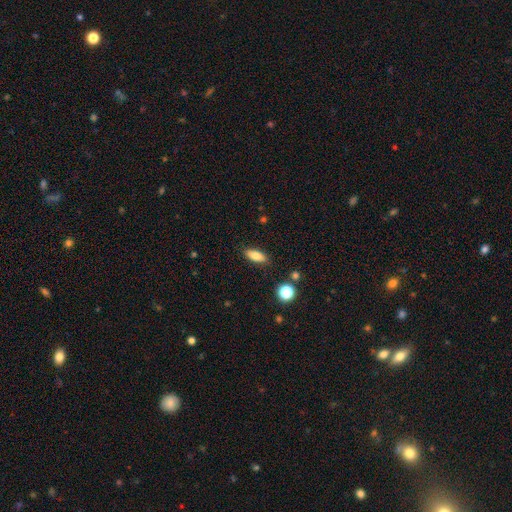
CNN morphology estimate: Overall: smooth (81%). How rounded: in between (75%). Merging: none (87%).